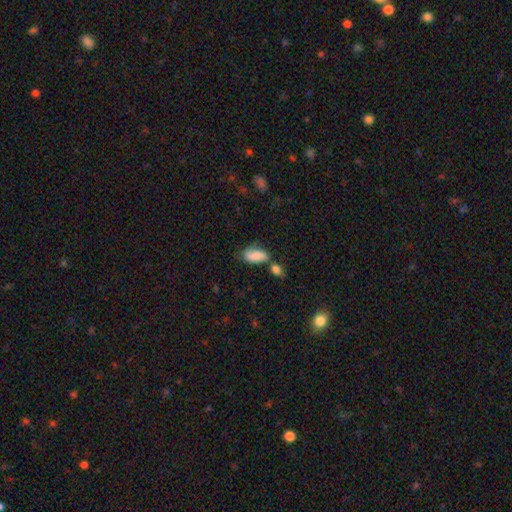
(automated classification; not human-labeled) This appears to be a smooth galaxy with no disk features (71%) that is in between round and cigar-shaped (87%). Merging: none (45%).